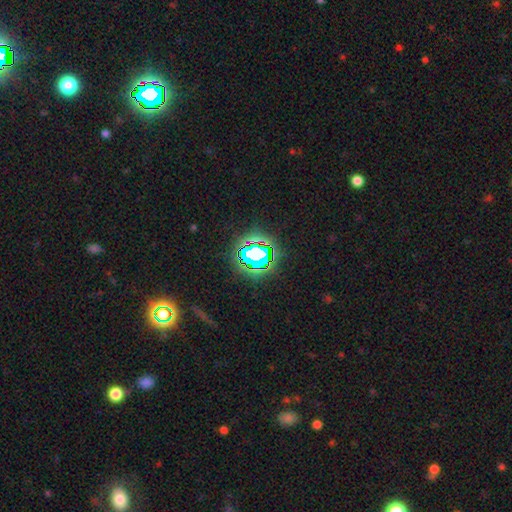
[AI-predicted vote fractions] The model was most divided on "smooth or featured": star or artifact: 69%, smooth: 18%, featured or disk: 12%.